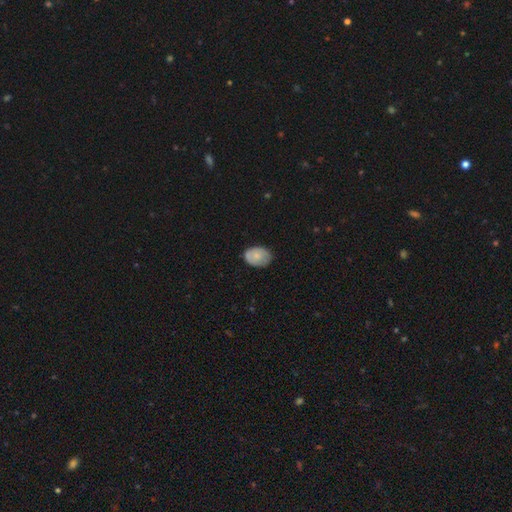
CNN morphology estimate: This is likely a smooth galaxy (75%). How rounded: likely in between (73%). Merging: likely none (73%).